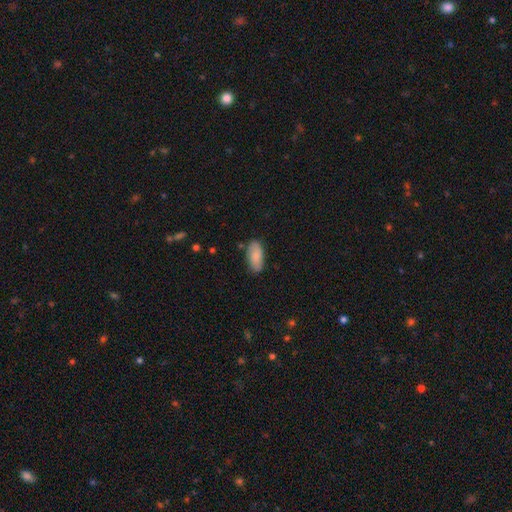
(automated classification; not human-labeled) Smooth or featured: smooth — 83% (featured or disk — 11%)
How rounded: in between — 90% (cigar-shaped — 8%)
Merging: none — 78% (minor disturbance — 16%)